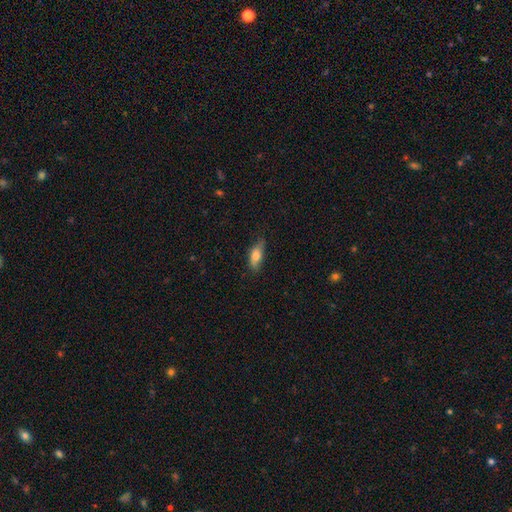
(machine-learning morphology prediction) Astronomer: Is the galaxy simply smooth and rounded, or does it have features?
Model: smooth — 76%.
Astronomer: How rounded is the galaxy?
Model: in between — 73%.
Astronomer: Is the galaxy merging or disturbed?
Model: none — 68%.